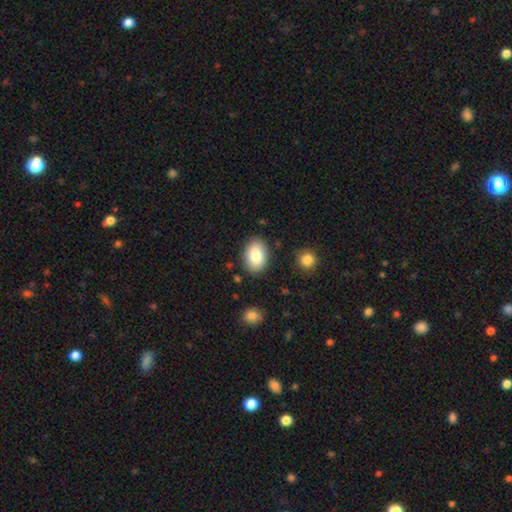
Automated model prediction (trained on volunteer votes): Morphology: type=smooth (84%); roundness=in between (85%); merging=none (85%).